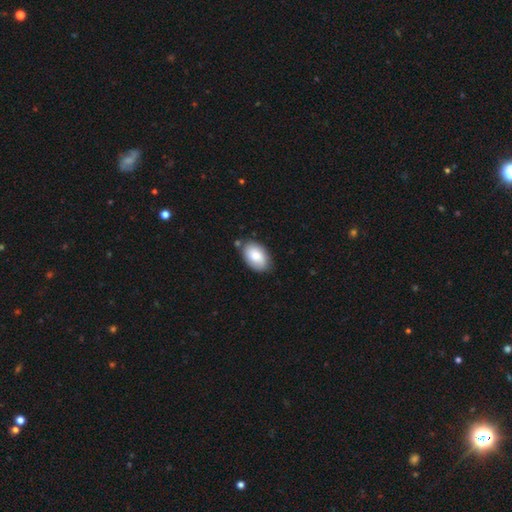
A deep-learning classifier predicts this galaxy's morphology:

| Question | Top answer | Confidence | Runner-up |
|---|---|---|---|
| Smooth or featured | smooth | 80% | featured or disk (14%) |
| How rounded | in between | 92% | round (7%) |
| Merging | none | 77% | minor disturbance (16%) |